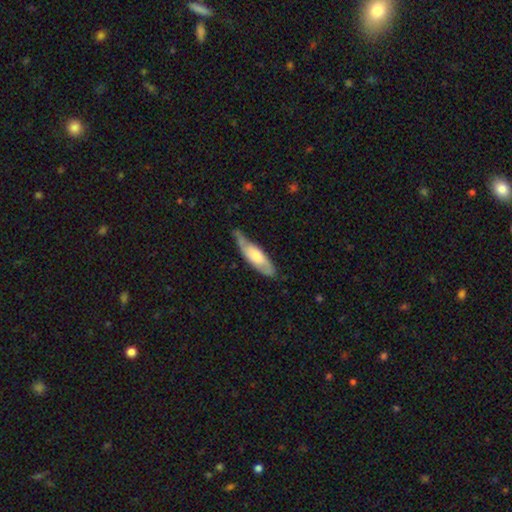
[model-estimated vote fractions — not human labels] Smooth or featured? Predicted: smooth (p=0.51). How rounded? Predicted: cigar-shaped (p=0.56). Merging? Predicted: none (p=0.52).